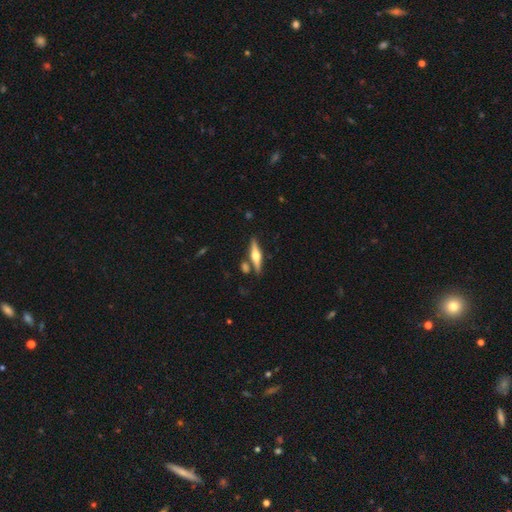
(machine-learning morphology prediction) Overall: featured or disk (69%). Edge-on disk: yes (97%). Edge-on bulge: rounded (94%). Merging: none (81%).